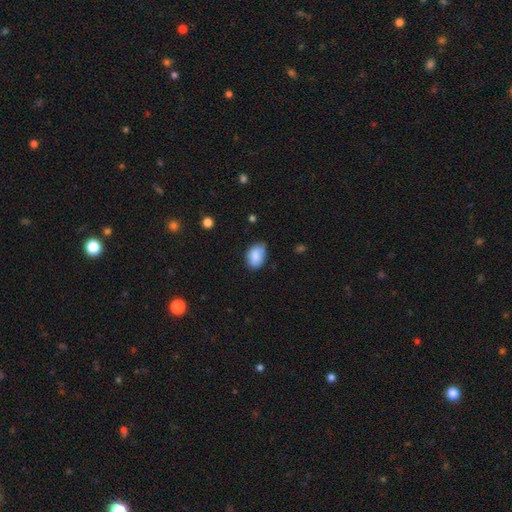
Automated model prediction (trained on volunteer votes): A smooth galaxy with no disk features (83%) that is in between round and cigar-shaped (82%).

Vote fractions:
- Smooth or featured? smooth: 83% / featured or disk: 9% / star or artifact: 8%
- How rounded? in between: 82% / round: 17% / cigar-shaped: 1%
- Merging? none: 58% / minor disturbance: 34% / major disturbance: 6% / merger: 3%